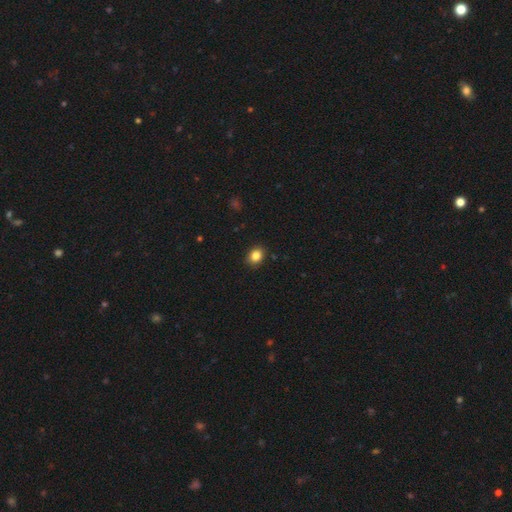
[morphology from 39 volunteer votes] This appears to be a smooth galaxy with no disk features (90%) that is round (51%). Merging: none (95%).